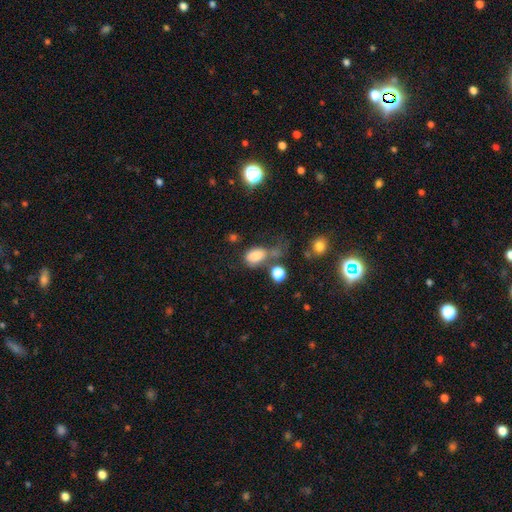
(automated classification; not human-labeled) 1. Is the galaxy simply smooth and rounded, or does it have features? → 78% smooth, 11% star or artifact, 10% featured or disk.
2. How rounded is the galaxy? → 80% in between, 18% round, 2% cigar-shaped.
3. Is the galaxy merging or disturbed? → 33% none, 23% major disturbance, 22% merger, 22% minor disturbance.